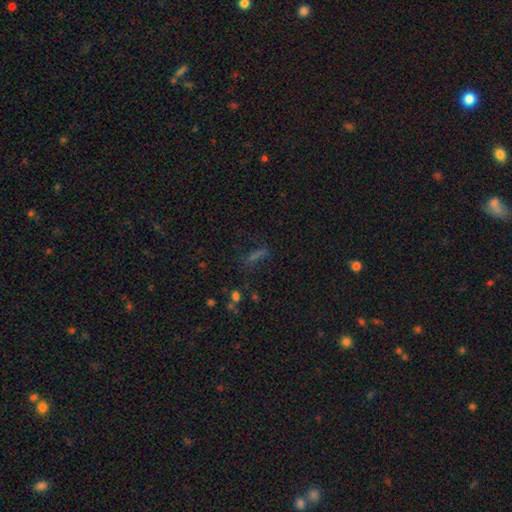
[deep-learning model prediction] Smooth or featured: smooth — 46% (star or artifact — 38%)
Merging: none — 63% (minor disturbance — 17%)